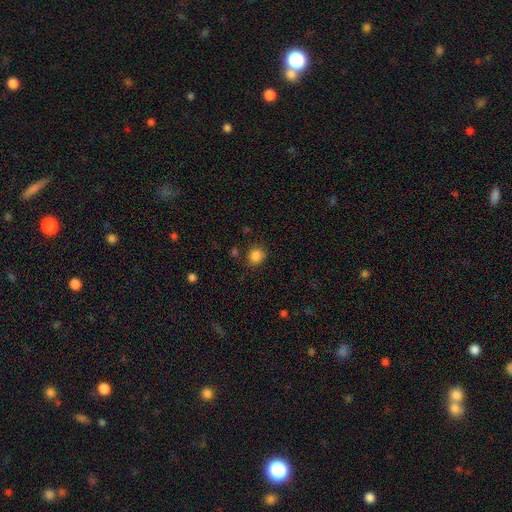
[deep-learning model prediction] A smooth galaxy with no disk features (85%) that is round (75%). Merging: none (80%).